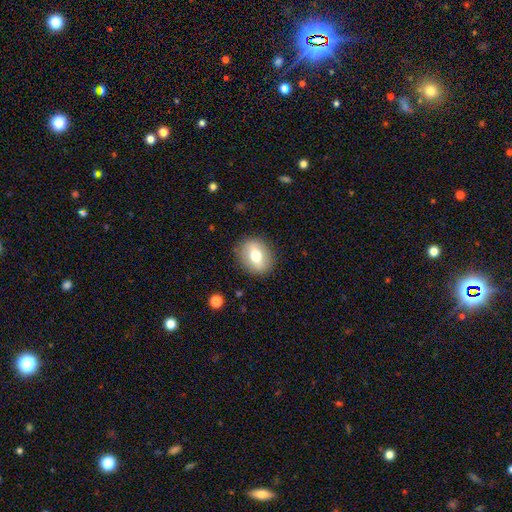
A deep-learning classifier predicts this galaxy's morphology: Smooth or featured? Predicted: smooth (p=0.64). How rounded? Predicted: round (p=0.51). Merging? Predicted: none (p=0.86).